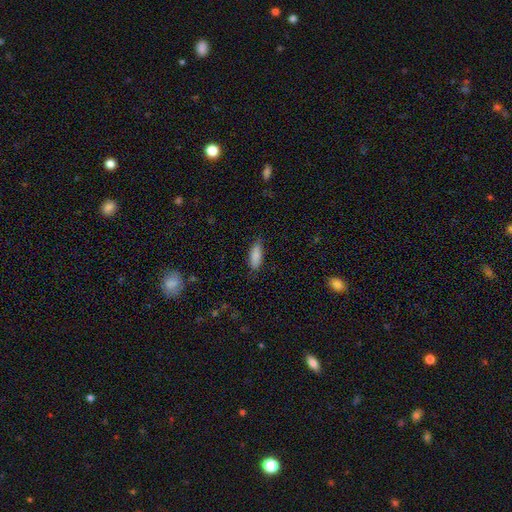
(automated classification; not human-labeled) smooth 87%, featured or disk 6%, star or artifact 6%. Down the decision tree: how rounded — in between (73%); merging — none (83%).